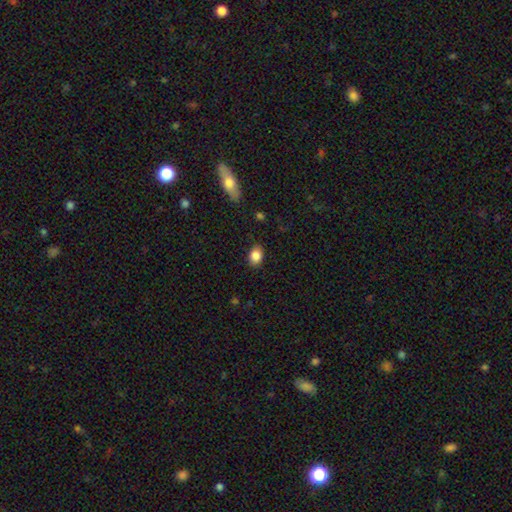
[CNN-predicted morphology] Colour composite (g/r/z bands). It shows a smooth galaxy with no disk features (85%) that is in between round and cigar-shaped (72%). Merging: none (86%).